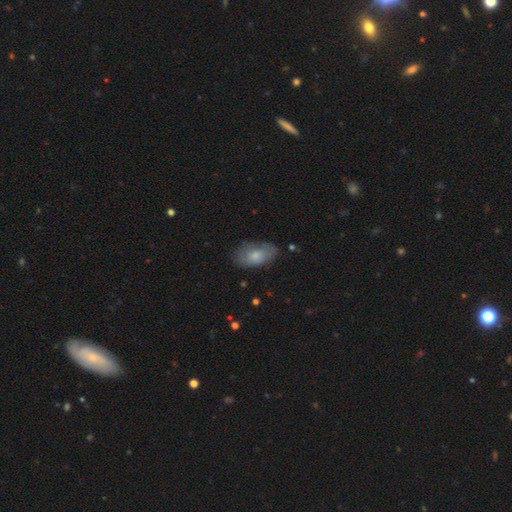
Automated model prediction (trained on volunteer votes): Q: Smooth or featured?
A: smooth (72%); runner-up: featured or disk (21%)
Q: How rounded?
A: in between (92%); runner-up: round (5%)
Q: Merging?
A: none (67%); runner-up: minor disturbance (24%)